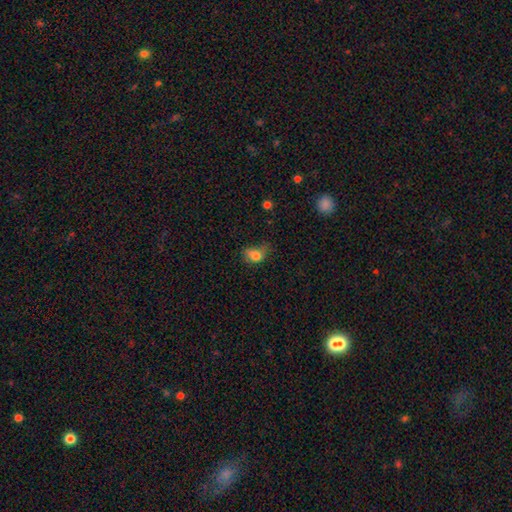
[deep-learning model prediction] Smooth or featured? Predicted: smooth (p=0.75). How rounded? Predicted: in between (p=0.66). Merging? Predicted: minor disturbance (p=0.36).